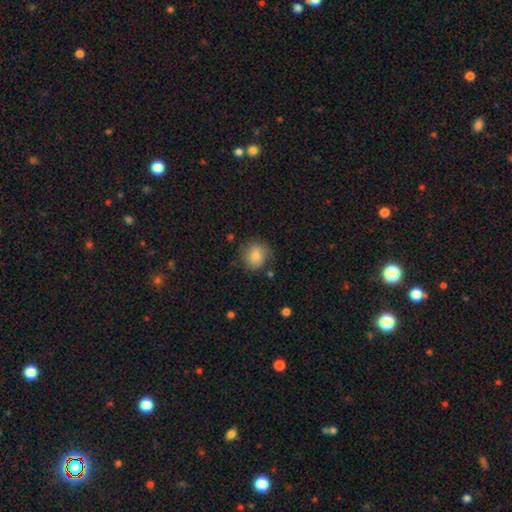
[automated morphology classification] Smooth or featured? Predicted: smooth (p=0.80). How rounded? Predicted: round (p=0.77). Merging? Predicted: none (p=0.78).